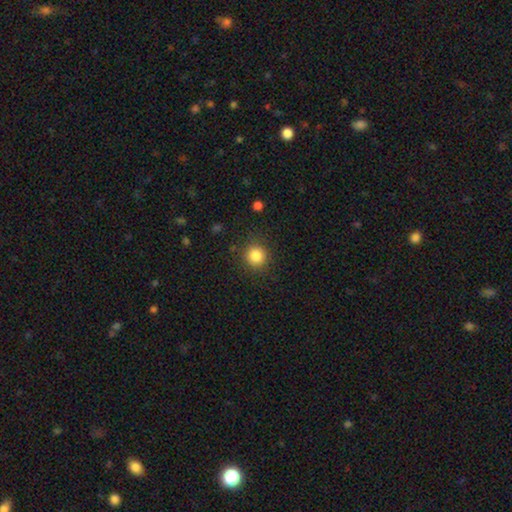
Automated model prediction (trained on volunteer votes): The model was most divided on "smooth or featured": smooth: 85%, star or artifact: 11%, featured or disk: 5%. More confident: how rounded — round (92%); merging — none (88%).